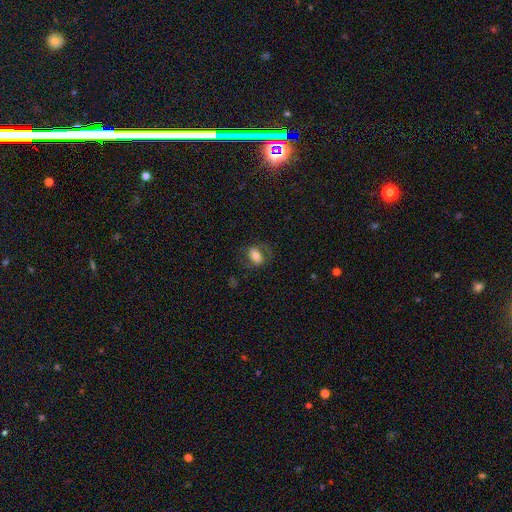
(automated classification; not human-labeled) The model was most divided on "smooth or featured": smooth: 68%, featured or disk: 23%, star or artifact: 9%. More confident: how rounded — in between (81%); merging — none (69%).